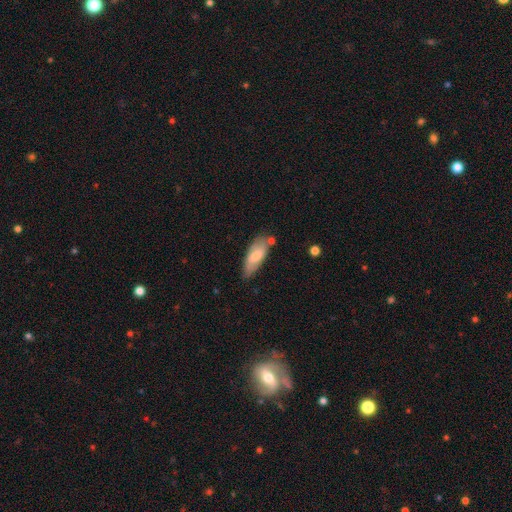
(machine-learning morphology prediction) Overall: smooth (73%). How rounded: in between (70%). Merging: none (63%; minor disturbance 25%).